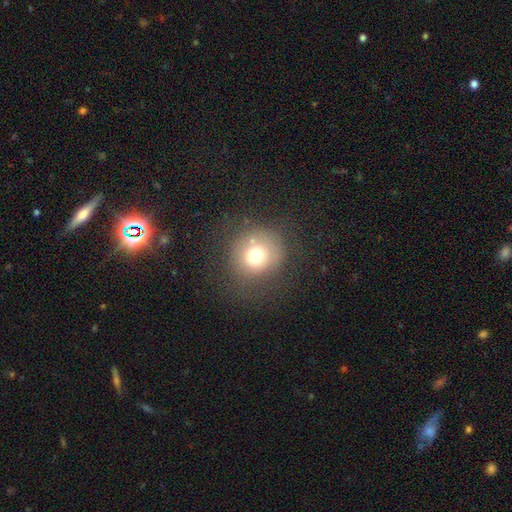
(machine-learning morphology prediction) A smooth galaxy with no disk features (69%) that is round (89%). Merging: none (74%).